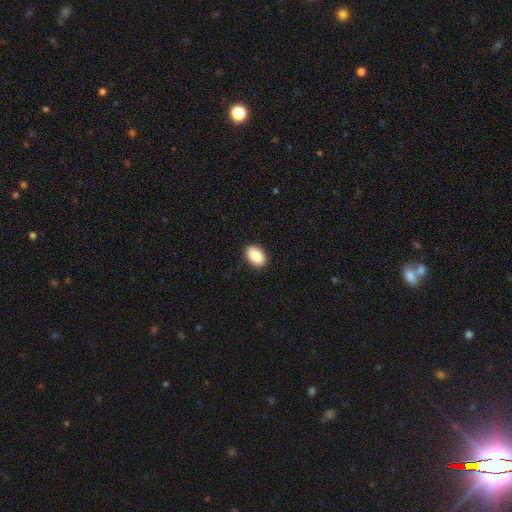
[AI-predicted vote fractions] This appears to be a smooth galaxy with no disk features (87%) that is in between round and cigar-shaped (90%). Merging: none (90%).